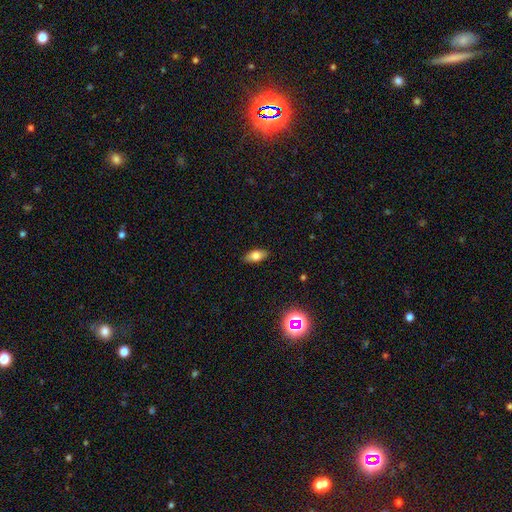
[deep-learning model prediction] This is likely a smooth galaxy (76%). How rounded: clearly in between (87%). Merging: clearly none (88%).